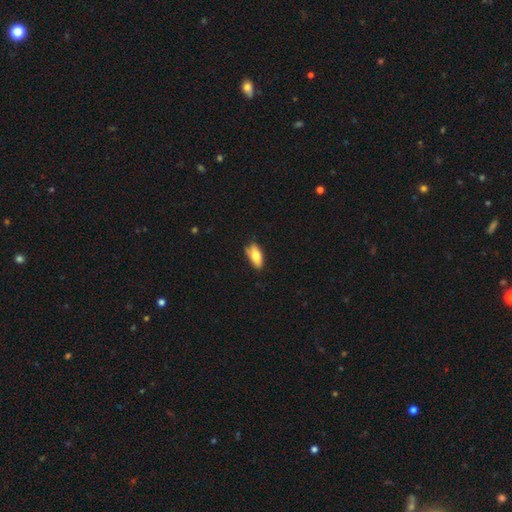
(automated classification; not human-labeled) The model was most divided on "merging": none: 69%, minor disturbance: 24%, major disturbance: 4%, merger: 3%. More confident: how rounded — in between (85%); smooth or featured — smooth (73%).